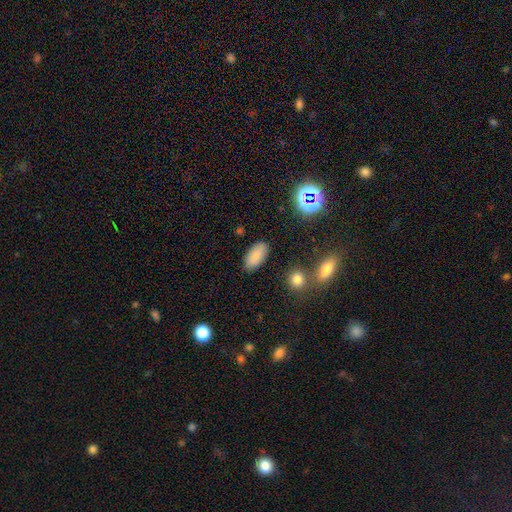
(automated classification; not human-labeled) Smooth or featured? Predicted: smooth (p=0.84). How rounded? Predicted: in between (p=0.93). Merging? Predicted: none (p=0.86).